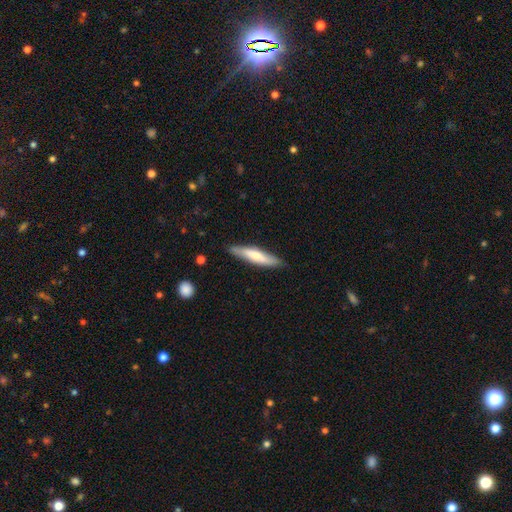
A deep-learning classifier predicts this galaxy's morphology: smooth_or_featured: smooth (p=0.57) [alt: featured or disk p=0.37]
how_rounded: cigar-shaped (p=0.84) [alt: in between p=0.15]
merging: none (p=0.85) [alt: minor disturbance p=0.12]